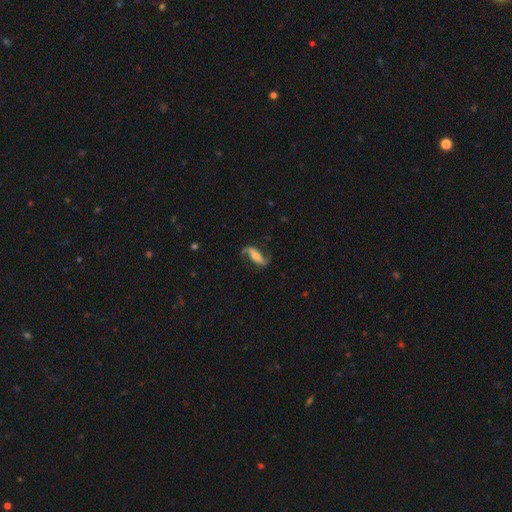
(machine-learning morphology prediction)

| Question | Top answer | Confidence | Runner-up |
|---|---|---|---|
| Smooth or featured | featured or disk | 78% | smooth (16%) |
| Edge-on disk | no | 90% | yes (10%) |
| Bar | strong | 37% | no (35%) |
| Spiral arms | yes | 94% | no (6%) |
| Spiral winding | loose | 70% | medium (23%) |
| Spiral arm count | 2 | 90% | 1 (5%) |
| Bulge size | moderate | 43% | small (39%) |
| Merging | none | 73% | minor disturbance (16%) |